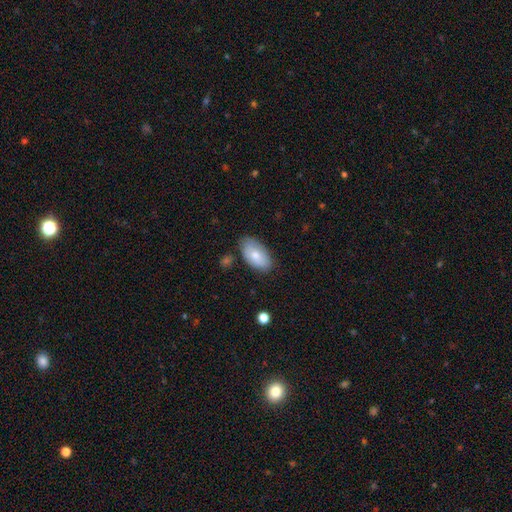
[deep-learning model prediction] Morphology: type=smooth (75%); roundness=in between (95%); merging=none (75%).